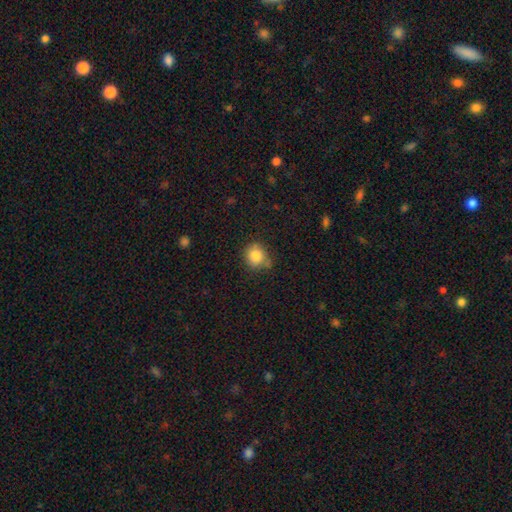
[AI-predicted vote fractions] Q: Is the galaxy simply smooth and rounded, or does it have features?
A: smooth — 84%.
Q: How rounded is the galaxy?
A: round — 81%.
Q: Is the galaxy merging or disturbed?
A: none — 69%.